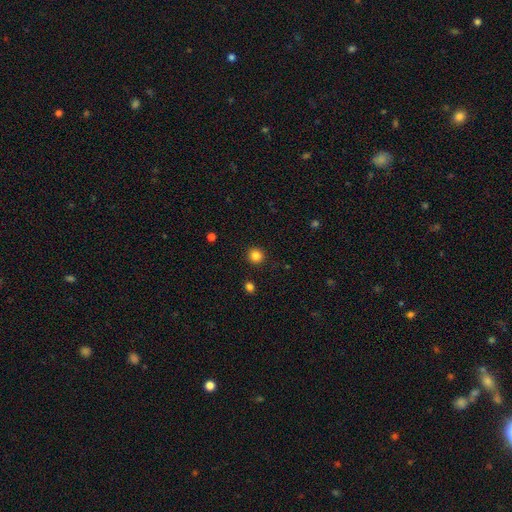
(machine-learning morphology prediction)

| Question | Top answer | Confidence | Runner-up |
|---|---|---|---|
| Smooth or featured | smooth | 84% | star or artifact (12%) |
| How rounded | round | 92% | in between (7%) |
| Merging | none | 91% | minor disturbance (5%) |